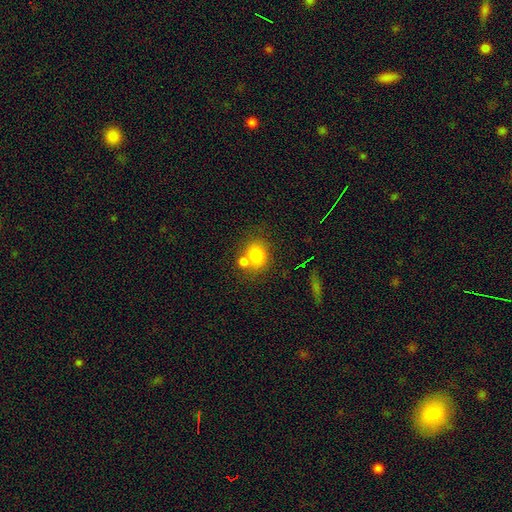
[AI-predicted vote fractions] smooth 79%, star or artifact 11%, featured or disk 10%. Down the decision tree: how rounded — round (69%); merging — none (54%).